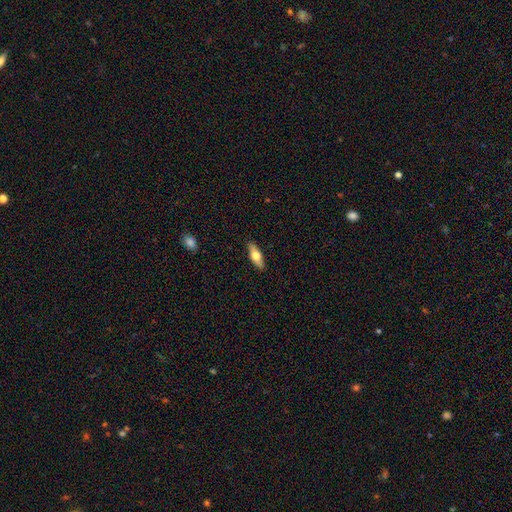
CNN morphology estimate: smooth-or-featured: smooth: 56% | featured or disk: 38% | star or artifact: 6%
  how-rounded: in between: 61% | cigar-shaped: 36% | round: 3%
  merging: none: 89% | minor disturbance: 8% | major disturbance: 2% | merger: 1%